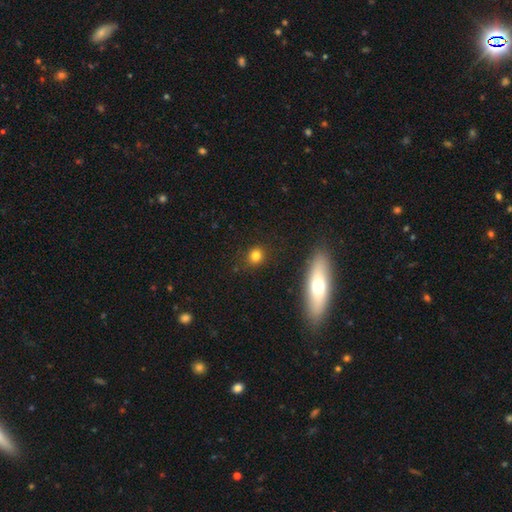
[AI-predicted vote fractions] Morphology: type=smooth (80%); roundness=round (82%); merging=none (88%).